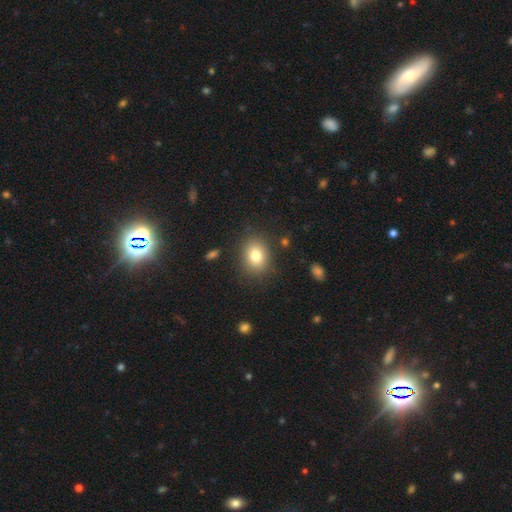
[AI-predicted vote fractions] This is likely a smooth galaxy (80%). How rounded: possibly in between (52%). Merging: clearly none (85%).